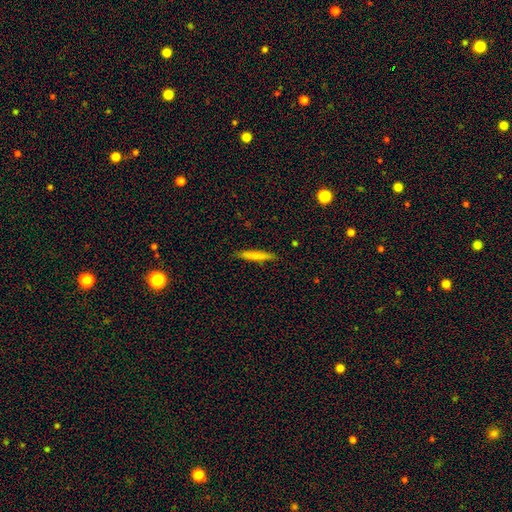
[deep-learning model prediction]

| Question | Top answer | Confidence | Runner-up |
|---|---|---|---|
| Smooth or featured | smooth | 76% | featured or disk (17%) |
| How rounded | cigar-shaped | 94% | in between (5%) |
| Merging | none | 89% | minor disturbance (8%) |